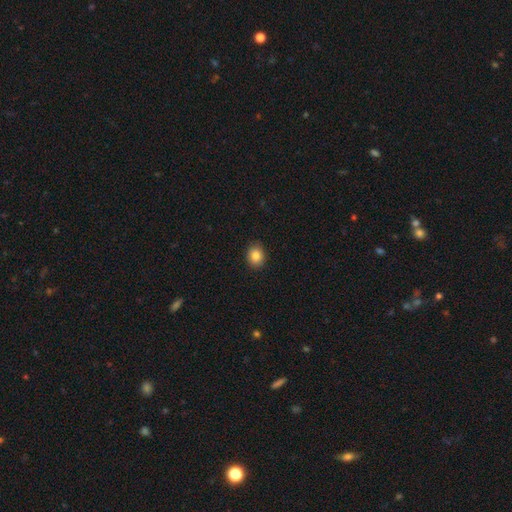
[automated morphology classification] Smooth or featured: smooth — 85% (star or artifact — 10%)
How rounded: round — 59% (in between — 40%)
Merging: none — 90% (minor disturbance — 7%)